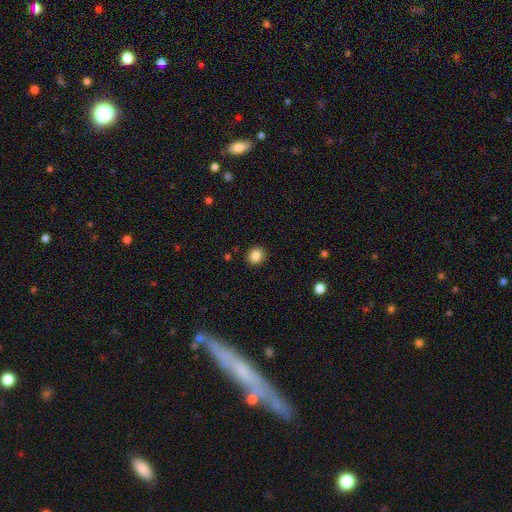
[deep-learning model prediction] Smooth or featured? smooth (85%)
How rounded? round (86%)
Merging? none (91%)